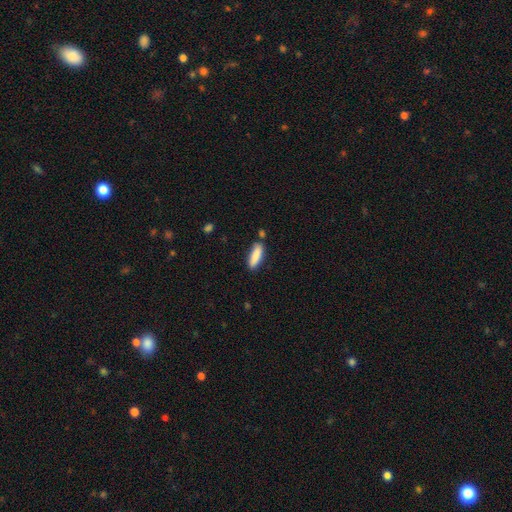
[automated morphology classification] This appears to be a smooth galaxy with no disk features (87%) that is cigar-shaped (52%). Merging: none (77%).